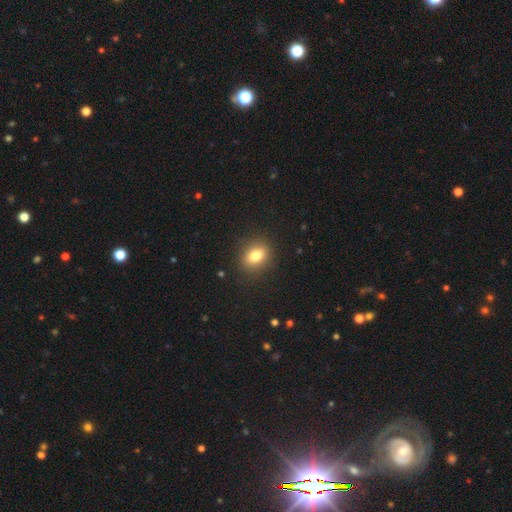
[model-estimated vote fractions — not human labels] Smooth or featured? smooth (80%)
How rounded? in between (54%)
Merging? none (88%)